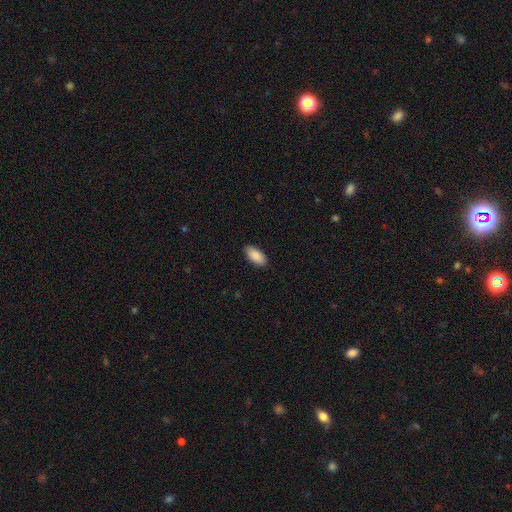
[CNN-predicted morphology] The model was most divided on "merging": none: 88%, minor disturbance: 9%, major disturbance: 2%, merger: 1%. More confident: how rounded — in between (93%); smooth or featured — smooth (90%).